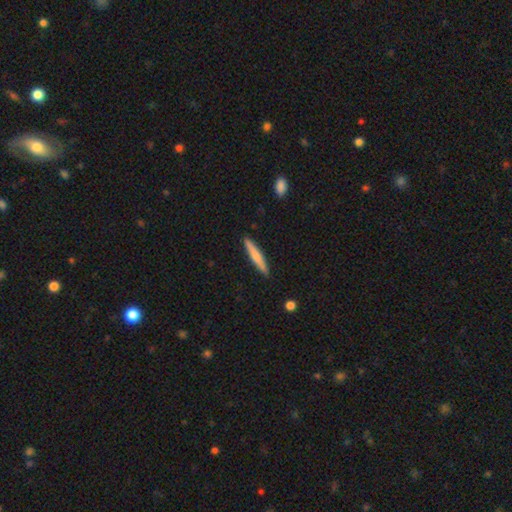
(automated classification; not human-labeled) This appears to be a smooth galaxy with no disk features (65%) that is cigar-shaped (93%). Merging: none (90%).